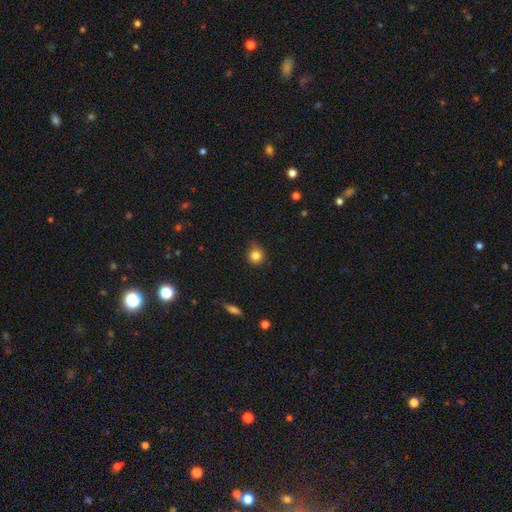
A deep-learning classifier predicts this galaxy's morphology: Smooth or featured? Predicted: smooth (p=0.82). How rounded? Predicted: round (p=0.85). Merging? Predicted: none (p=0.72).